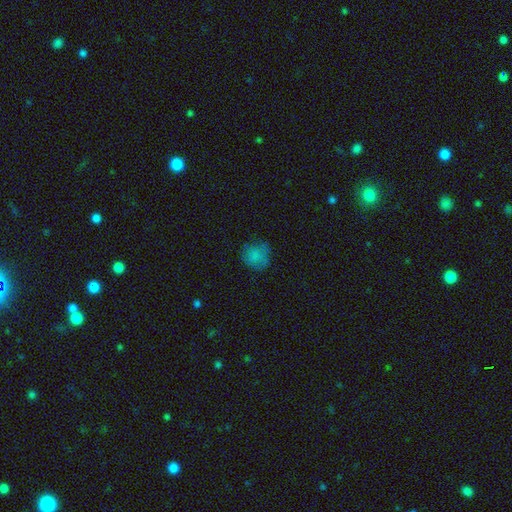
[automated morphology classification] smooth_or_featured: smooth (p=0.78) [alt: star or artifact p=0.13]
how_rounded: round (p=0.84) [alt: in between p=0.15]
merging: none (p=0.67) [alt: minor disturbance p=0.23]